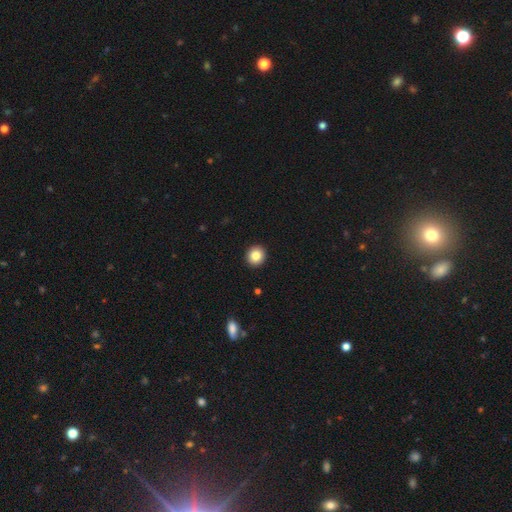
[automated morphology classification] type=smooth (84%); roundness=round (90%); merging=none (93%).